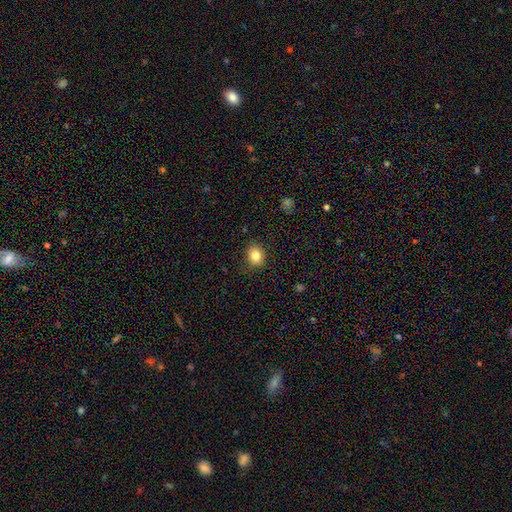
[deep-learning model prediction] Smooth or featured? Predicted: smooth (p=0.83). How rounded? Predicted: round (p=0.56). Merging? Predicted: none (p=0.85).